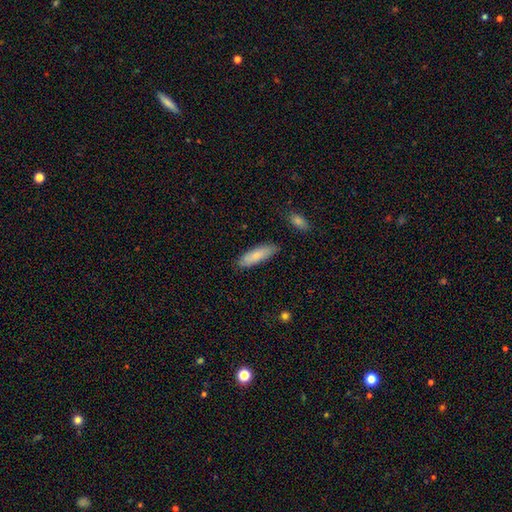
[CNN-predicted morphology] smooth_or_featured: smooth (p=0.78) [alt: featured or disk p=0.16]
how_rounded: cigar-shaped (p=0.49) [tied with: in between p=0.49]
merging: none (p=0.82) [alt: minor disturbance p=0.14]